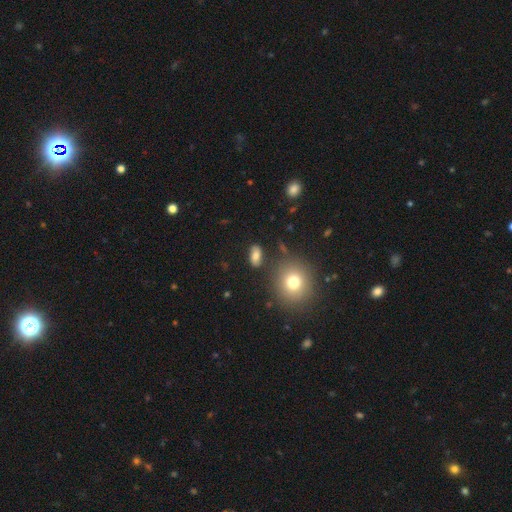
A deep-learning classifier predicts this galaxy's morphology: The model was most divided on "smooth or featured": smooth: 77%, star or artifact: 12%, featured or disk: 11%. More confident: how rounded — in between (85%); merging — none (79%).